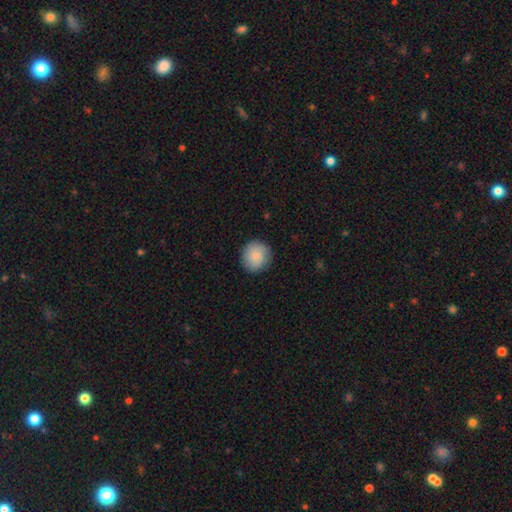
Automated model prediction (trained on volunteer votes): A smooth galaxy with no disk features (87%) that is round (91%).

Vote fractions:
- Smooth or featured? smooth: 87% / featured or disk: 7% / star or artifact: 6%
- How rounded? round: 91% / in between: 8% / cigar-shaped: 1%
- Merging? none: 89% / minor disturbance: 8% / major disturbance: 2% / merger: 1%